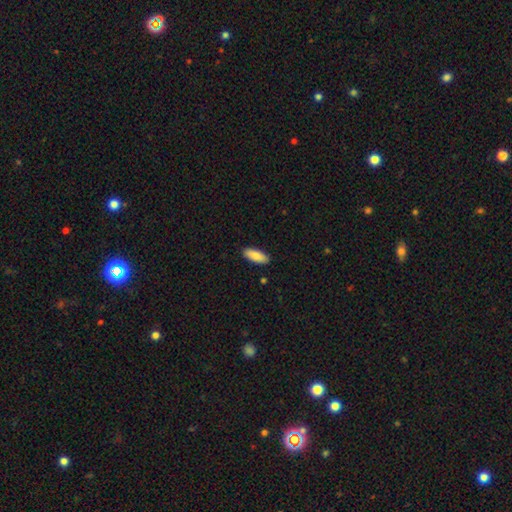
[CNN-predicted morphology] Overall: smooth (84%). How rounded: in between (79%). Merging: none (89%).